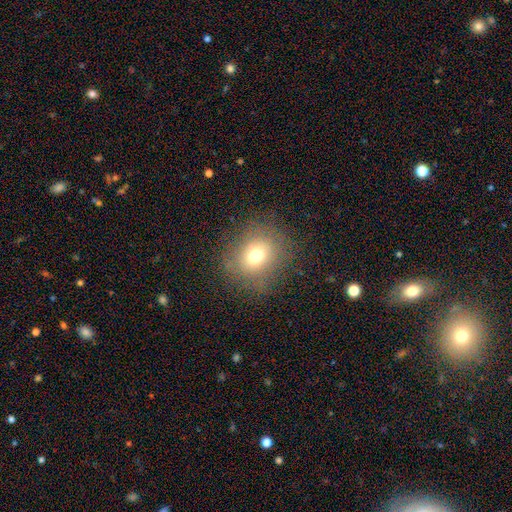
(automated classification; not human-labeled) The model was most divided on "how rounded": round: 75%, in between: 24%, cigar-shaped: 1%. More confident: merging — none (82%); smooth or featured — smooth (70%).